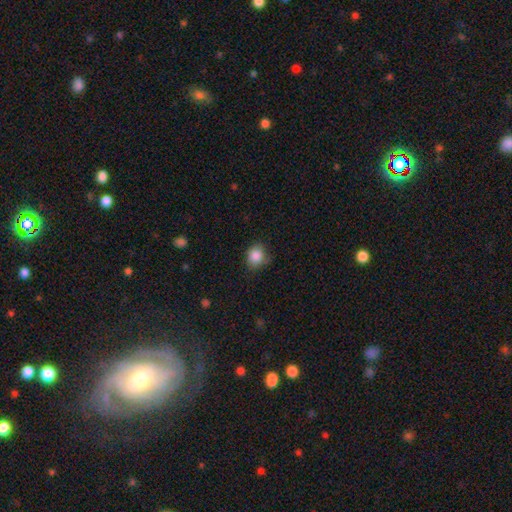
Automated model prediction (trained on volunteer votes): This appears to be a smooth galaxy with no disk features (87%) that is round (69%). Merging: none (73%).